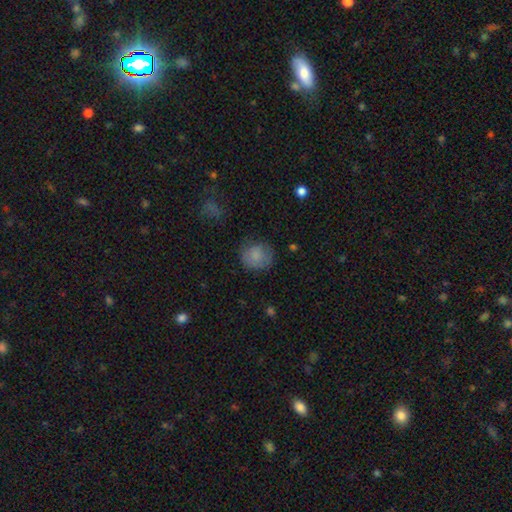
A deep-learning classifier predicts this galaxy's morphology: Smooth or featured?
  - smooth: 81% *
  - featured or disk: 10%
  - star or artifact: 9%
How rounded?
  - round: 86% *
  - in between: 13%
  - cigar-shaped: 1%
Merging?
  - none: 72% *
  - minor disturbance: 20%
  - major disturbance: 7%
  - merger: 2%